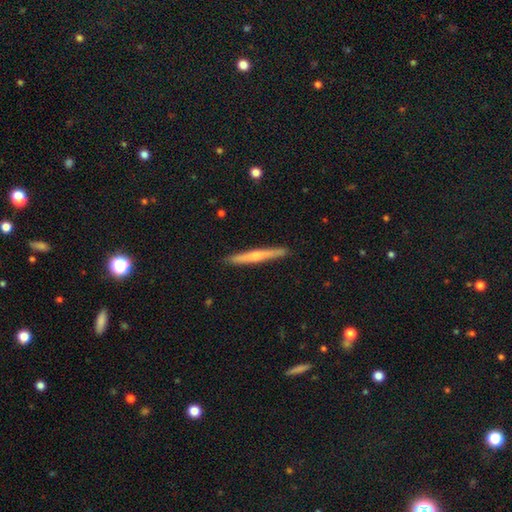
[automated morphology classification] Smooth or featured? Predicted: featured or disk (p=0.48). Merging? Predicted: none (p=0.91).